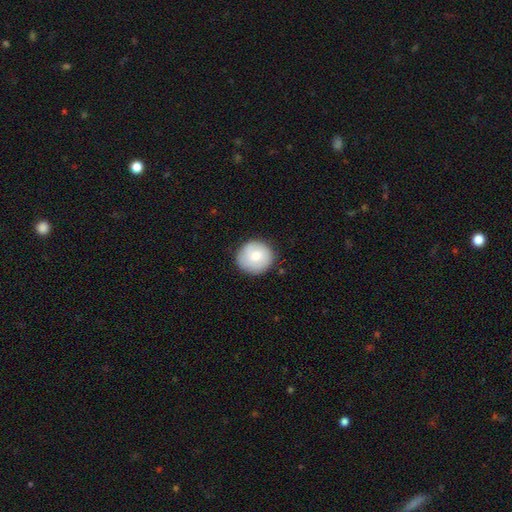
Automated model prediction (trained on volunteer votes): smooth-or-featured: smooth: 78% | featured or disk: 15% | star or artifact: 7%
  how-rounded: round: 92% | in between: 7% | cigar-shaped: 1%
  merging: none: 86% | minor disturbance: 11% | major disturbance: 2% | merger: 1%